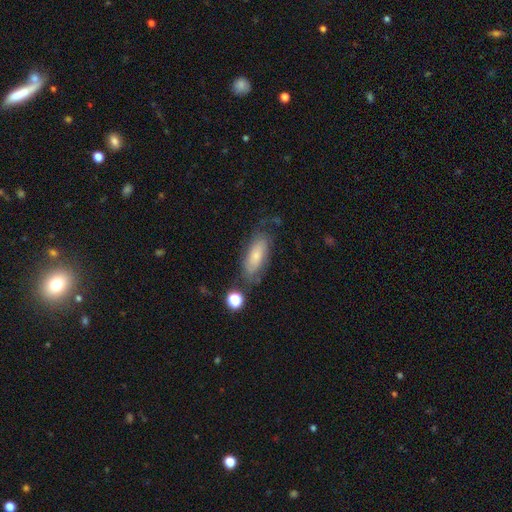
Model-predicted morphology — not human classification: This appears to be a smooth galaxy with no disk features (55%) that is in between round and cigar-shaped (70%). Merging: none (62%).